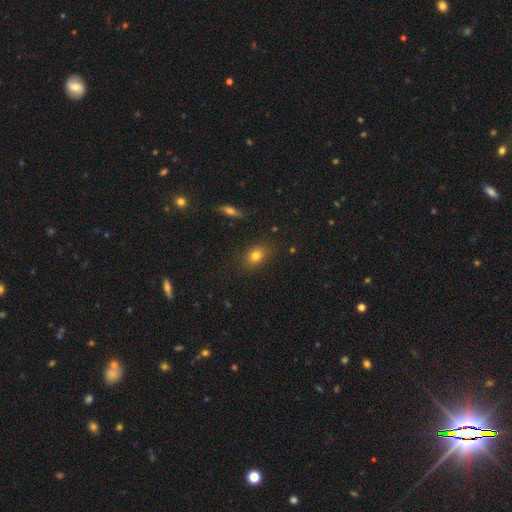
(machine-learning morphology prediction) This is likely a smooth galaxy (79%). How rounded: likely in between (66%). Merging: clearly none (84%).